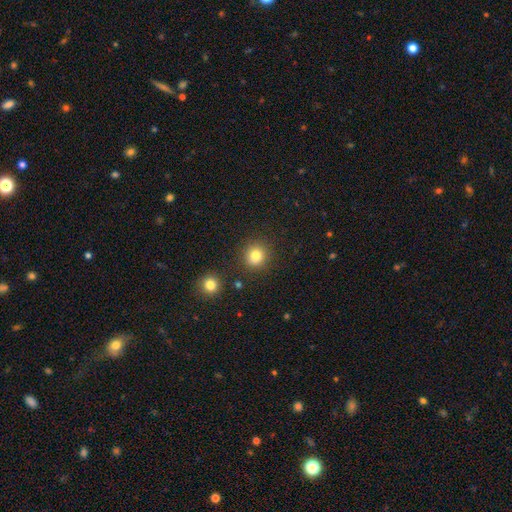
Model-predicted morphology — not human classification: type=smooth (81%); roundness=round (89%); merging=none (87%).